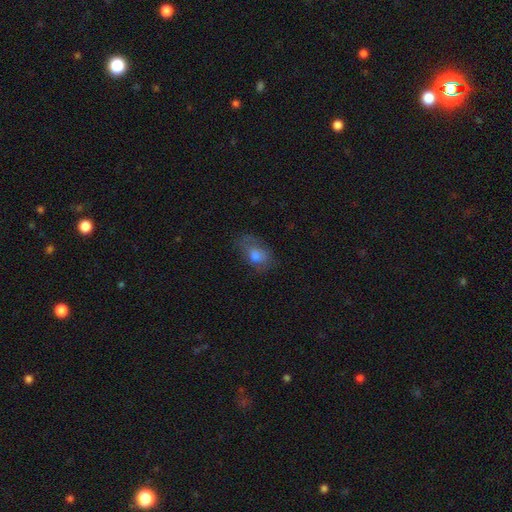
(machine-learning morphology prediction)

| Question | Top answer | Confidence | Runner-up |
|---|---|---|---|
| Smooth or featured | smooth | 70% | featured or disk (20%) |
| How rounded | in between | 78% | round (21%) |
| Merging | none | 47% | minor disturbance (29%) |